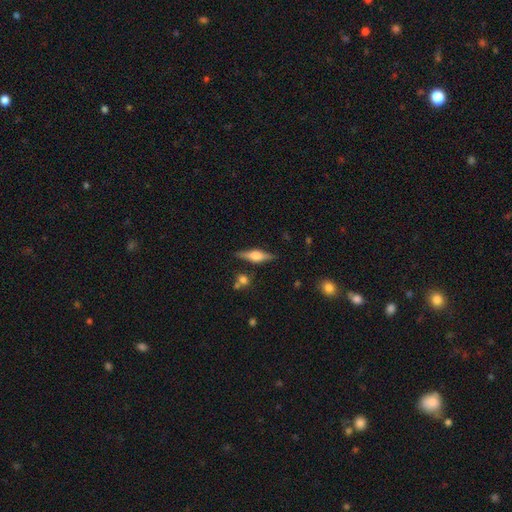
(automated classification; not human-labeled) This is likely a featured or disk galaxy (69%). It is clearly viewed edge-on (96%). Edge-on bulge: clearly rounded (86%). Merging: clearly none (84%).